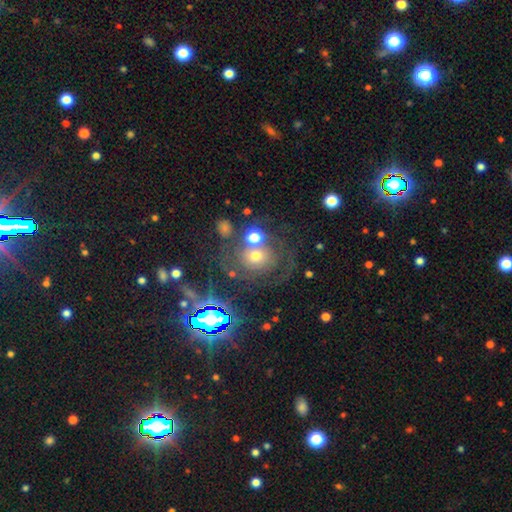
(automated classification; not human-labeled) A featured or disk galaxy (43%). Merging: none (55%).